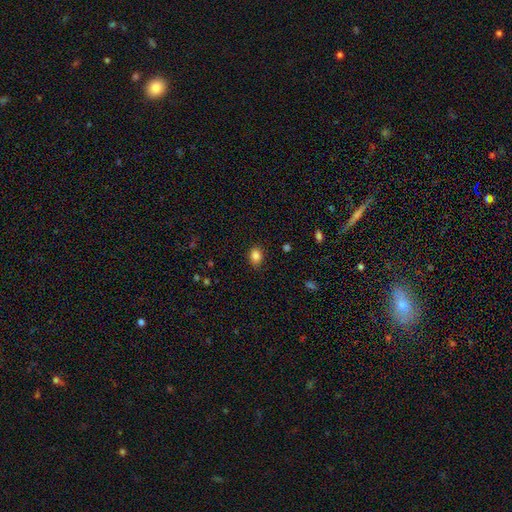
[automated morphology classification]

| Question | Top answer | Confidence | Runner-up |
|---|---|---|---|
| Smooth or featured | smooth | 86% | star or artifact (10%) |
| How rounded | in between | 61% | round (38%) |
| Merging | none | 85% | minor disturbance (12%) |